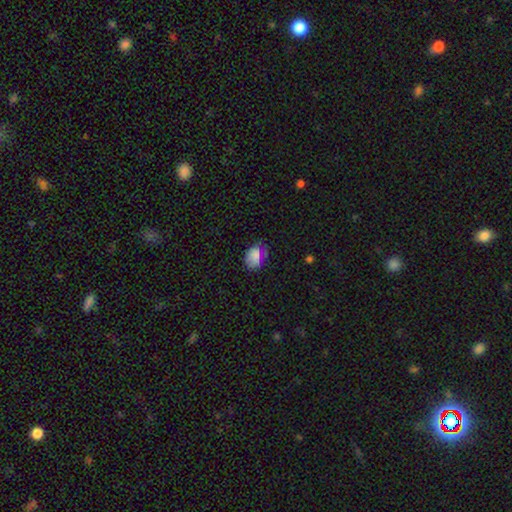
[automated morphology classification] Overall: smooth (78%). How rounded: in between (74%). Merging: none (59%; minor disturbance 29%).